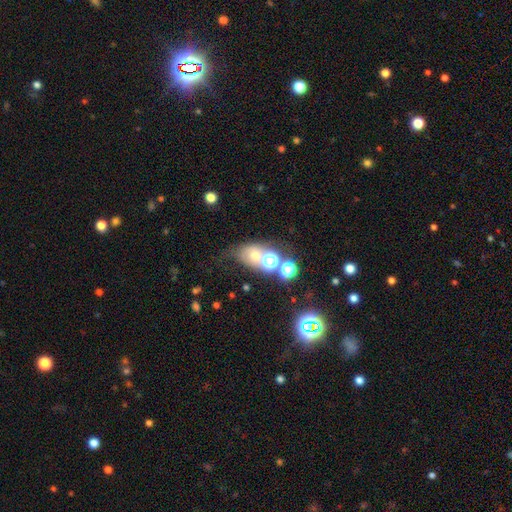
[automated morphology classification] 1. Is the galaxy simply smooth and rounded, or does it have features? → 53% smooth, 24% star or artifact, 23% featured or disk.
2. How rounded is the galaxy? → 51% in between, 47% round, 2% cigar-shaped.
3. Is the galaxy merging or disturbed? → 38% merger, 37% none, 14% minor disturbance, 11% major disturbance.